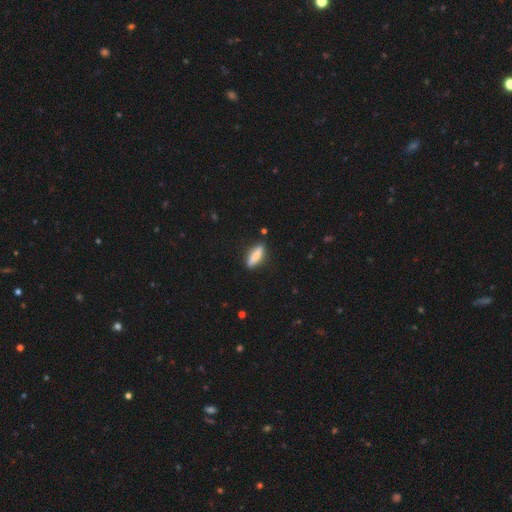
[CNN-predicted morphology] A smooth galaxy with no disk features (72%) that is cigar-shaped (59%). Merging: none (86%).